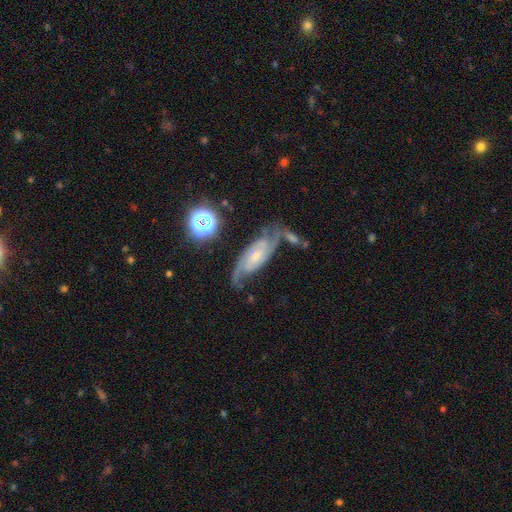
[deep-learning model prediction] This is clearly a featured or disk galaxy (83%). It is clearly not viewed edge-on (91%). Bar: possibly no (53%). Spiral arm pattern: clearly yes (97%). Spiral arm count: likely 2 (79%). Spiral winding: possibly medium (47%). Central bulge: possibly small (57%). Merging: likely none (63%).